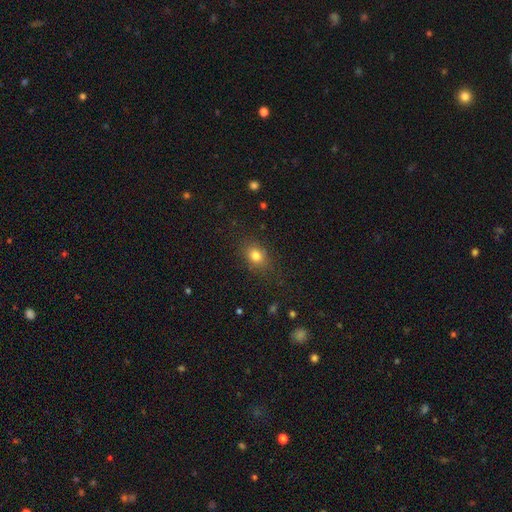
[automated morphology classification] Smooth or featured: smooth — 79% (star or artifact — 12%)
How rounded: in between — 59% (round — 40%)
Merging: none — 82% (minor disturbance — 12%)